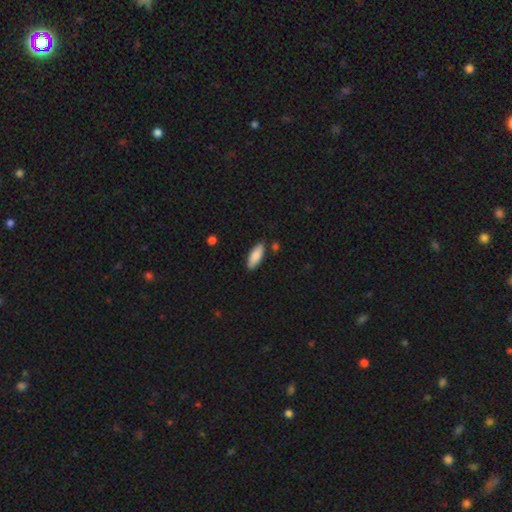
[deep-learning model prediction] Smooth or featured?
  - smooth: 86% *
  - featured or disk: 8%
  - star or artifact: 6%
How rounded?
  - in between: 71% *
  - cigar-shaped: 27%
  - round: 2%
Merging?
  - none: 85% *
  - minor disturbance: 11%
  - merger: 3%
  - major disturbance: 2%